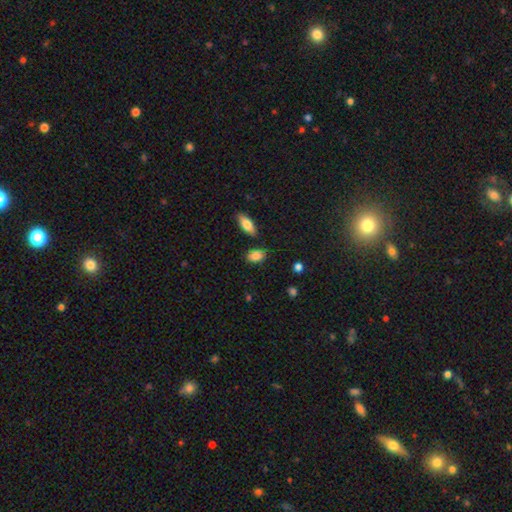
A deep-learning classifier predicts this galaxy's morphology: This appears to be a smooth galaxy with no disk features (85%) that is in between round and cigar-shaped (85%). Merging: none (79%).